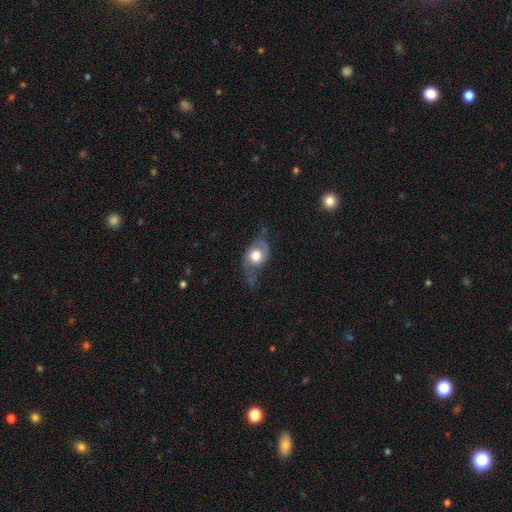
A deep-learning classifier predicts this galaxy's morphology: Smooth or featured? featured or disk (48%)
Merging? none (43%)